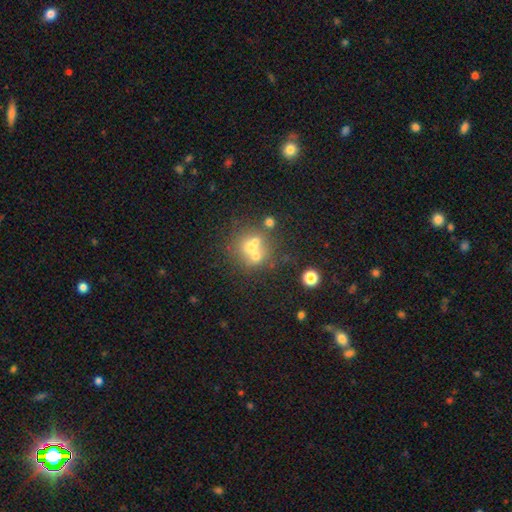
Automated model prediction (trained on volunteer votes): A smooth galaxy with no disk features (54%) that is round (77%).

Vote fractions:
- Smooth or featured? smooth: 54% / featured or disk: 28% / star or artifact: 18%
- How rounded? round: 77% / in between: 22% / cigar-shaped: 1%
- Merging? merger: 51% / none: 36% / minor disturbance: 8% / major disturbance: 5%